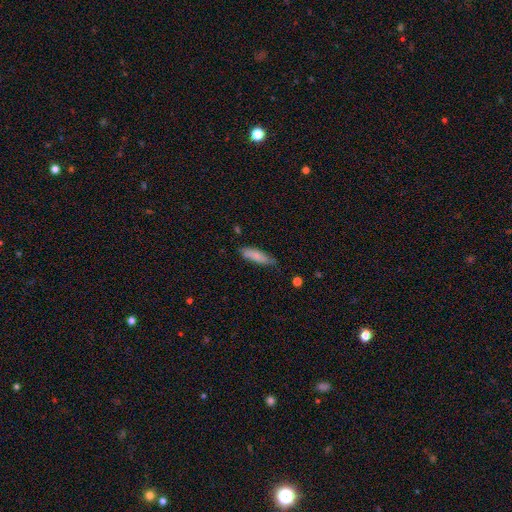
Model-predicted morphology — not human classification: smooth 79%, featured or disk 15%, star or artifact 6%. Down the decision tree: how rounded — cigar-shaped (55%); merging — none (66%).